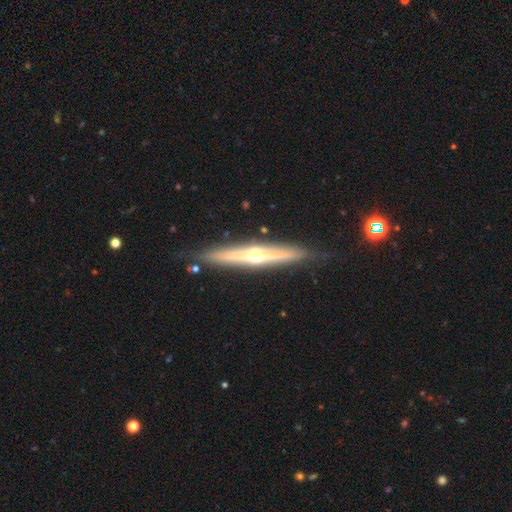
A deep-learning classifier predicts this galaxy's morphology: Smooth or featured?
  - featured or disk: 77% *
  - smooth: 17%
  - star or artifact: 6%
Edge-on disk?
  - yes: 96% *
  - no: 4%
Edge-on bulge?
  - rounded: 89% *
  - none: 8%
  - boxy: 4%
Merging?
  - none: 85% *
  - minor disturbance: 11%
  - major disturbance: 2%
  - merger: 2%